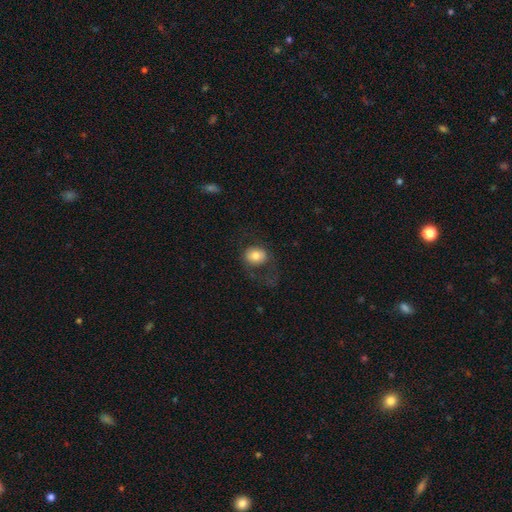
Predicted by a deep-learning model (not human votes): Overall: smooth (73%). How rounded: round (51%; in between 48%). Merging: none (59%; major disturbance 23%).